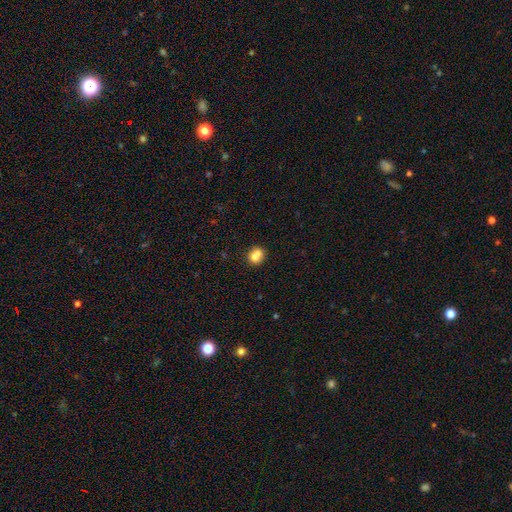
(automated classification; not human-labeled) Smooth or featured: smooth — 74% (featured or disk — 16%)
How rounded: round — 69% (in between — 30%)
Merging: merger — 49% (none — 39%)